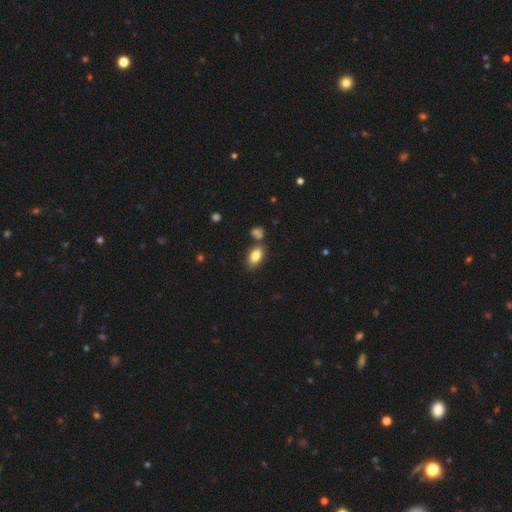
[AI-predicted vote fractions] Q: Smooth or featured?
A: smooth (82%); runner-up: featured or disk (10%)
Q: How rounded?
A: in between (89%); runner-up: round (7%)
Q: Merging?
A: none (71%); runner-up: minor disturbance (14%)